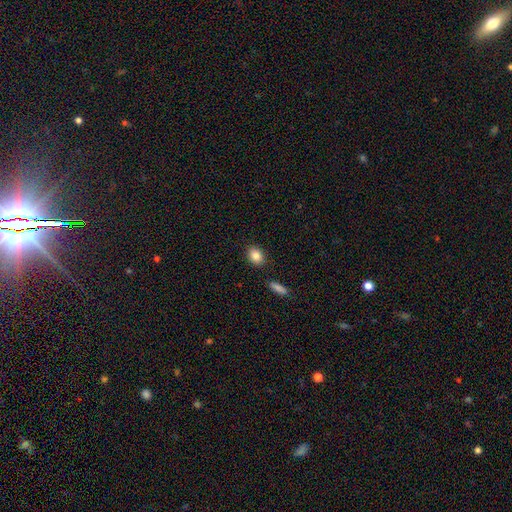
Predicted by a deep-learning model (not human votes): Smooth or featured: smooth — 85% (star or artifact — 8%)
How rounded: in between — 69% (round — 30%)
Merging: none — 87% (minor disturbance — 8%)